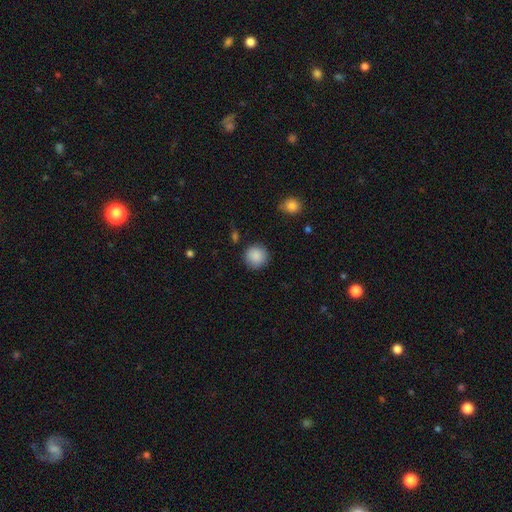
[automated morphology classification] smooth-or-featured: smooth: 89% | star or artifact: 8% | featured or disk: 3%
  how-rounded: round: 94% | in between: 5% | cigar-shaped: 1%
  merging: none: 89% | minor disturbance: 8% | major disturbance: 2% | merger: 1%